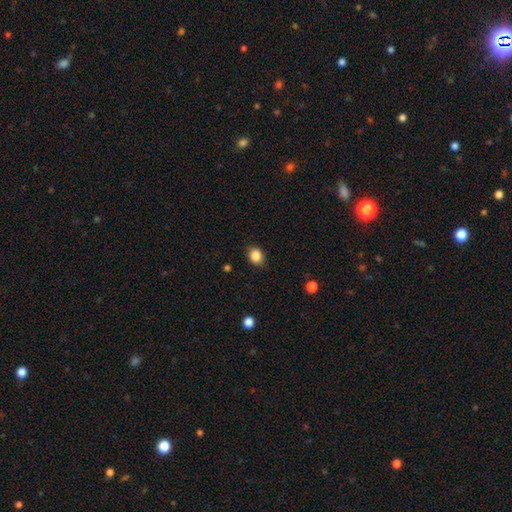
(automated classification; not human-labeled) Smooth or featured? smooth (86%)
How rounded? round (57%)
Merging? none (87%)